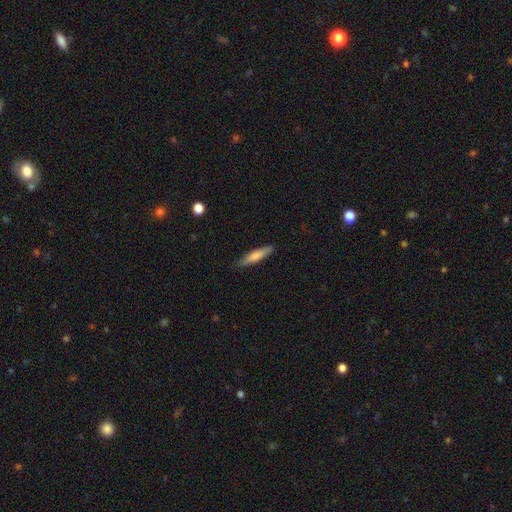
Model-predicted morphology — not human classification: smooth_or_featured: smooth (p=0.72) [alt: featured or disk p=0.23]
how_rounded: cigar-shaped (p=0.83) [alt: in between p=0.16]
merging: none (p=0.85) [alt: minor disturbance p=0.12]